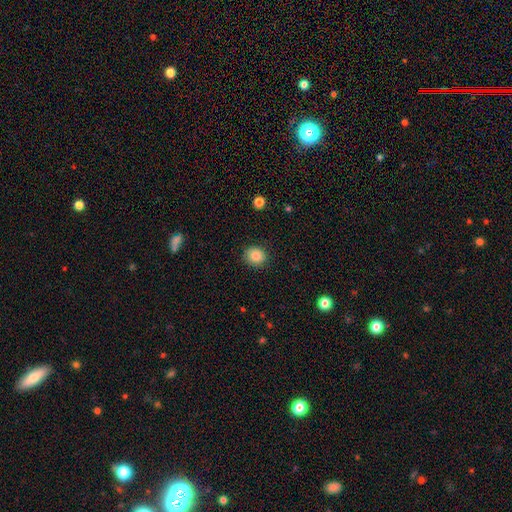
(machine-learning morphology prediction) smooth-or-featured: smooth: 85% | star or artifact: 9% | featured or disk: 6%
  how-rounded: round: 75% | in between: 24% | cigar-shaped: 1%
  merging: none: 87% | minor disturbance: 9% | major disturbance: 2% | merger: 1%